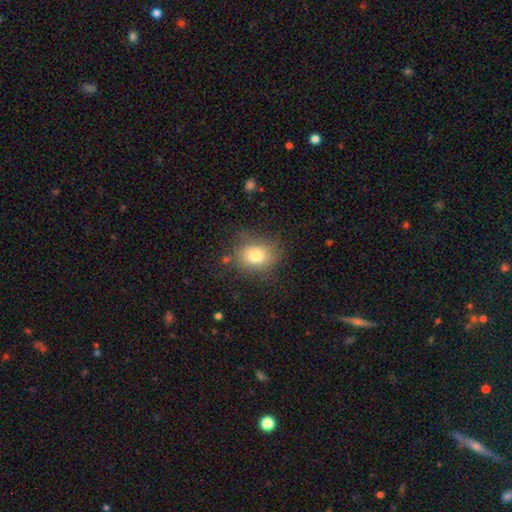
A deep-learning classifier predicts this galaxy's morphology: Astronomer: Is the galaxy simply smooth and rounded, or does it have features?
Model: smooth — 77%.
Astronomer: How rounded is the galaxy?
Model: round — 51% (runner-up: in between, 48%).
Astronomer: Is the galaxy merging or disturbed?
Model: none — 77%.